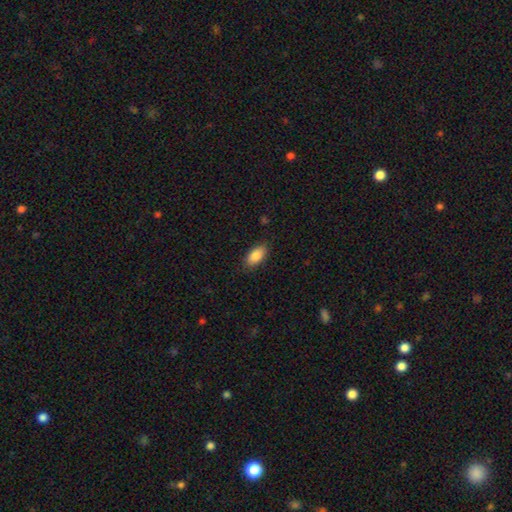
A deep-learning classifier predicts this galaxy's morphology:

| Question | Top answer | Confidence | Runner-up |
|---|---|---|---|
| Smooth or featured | smooth | 87% | star or artifact (7%) |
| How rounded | in between | 91% | cigar-shaped (6%) |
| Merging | none | 86% | minor disturbance (11%) |